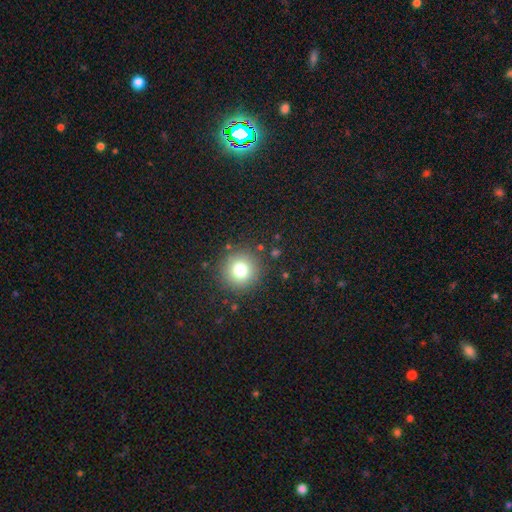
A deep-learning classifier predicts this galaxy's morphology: Smooth or featured? smooth (65%)
How rounded? round (95%)
Merging? none (91%)